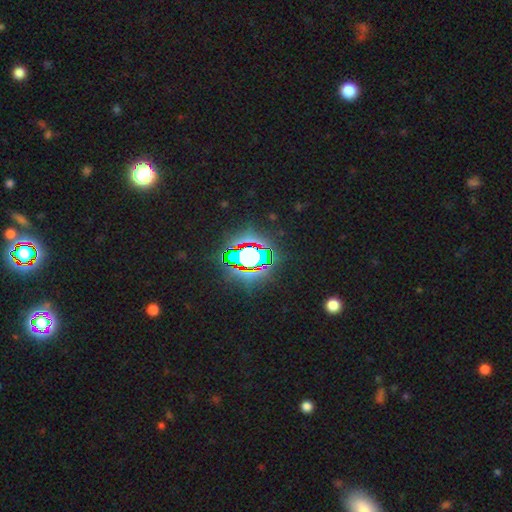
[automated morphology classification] star or artifact 78%, smooth 13%, featured or disk 9%.